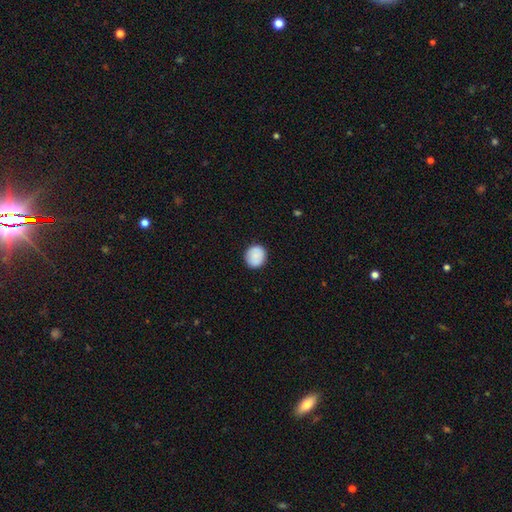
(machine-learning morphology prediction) The model was most divided on "how rounded": round: 82%, in between: 17%, cigar-shaped: 1%. More confident: merging — none (88%); smooth or featured — smooth (86%).